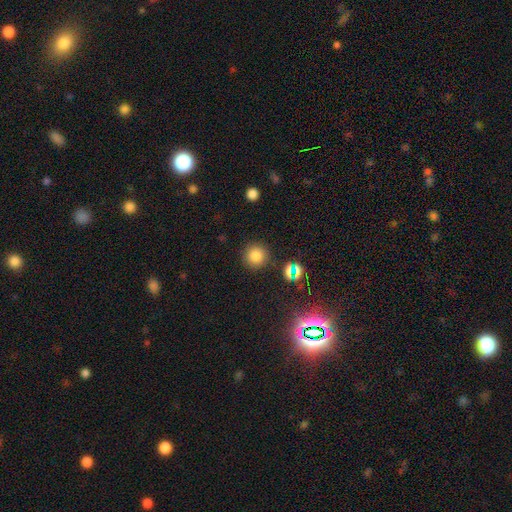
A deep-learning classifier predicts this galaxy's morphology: Smooth or featured: smooth — 78% (star or artifact — 17%)
How rounded: round — 94% (in between — 5%)
Merging: none — 88% (minor disturbance — 7%)